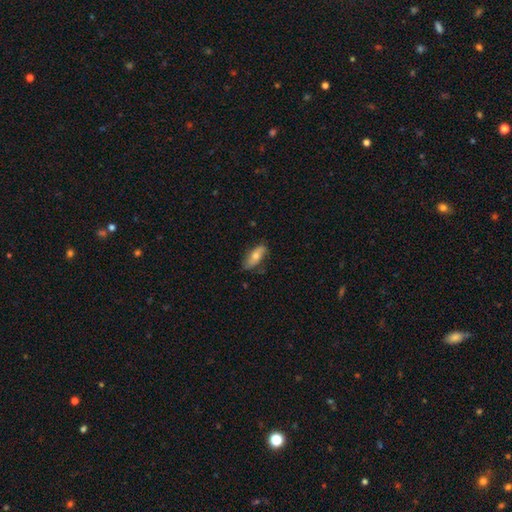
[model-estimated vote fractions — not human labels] Q: Smooth or featured?
A: smooth (61%); runner-up: featured or disk (32%)
Q: How rounded?
A: in between (76%); runner-up: cigar-shaped (21%)
Q: Merging?
A: none (72%); runner-up: minor disturbance (23%)